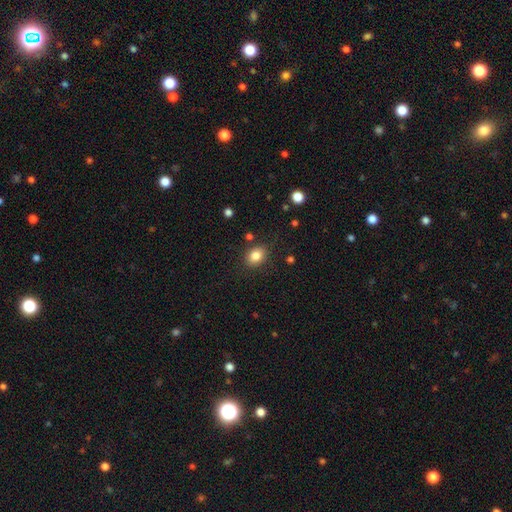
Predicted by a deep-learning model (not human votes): The model was most divided on "how rounded": in between: 62%, round: 37%, cigar-shaped: 1%. More confident: merging — none (84%); smooth or featured — smooth (83%).